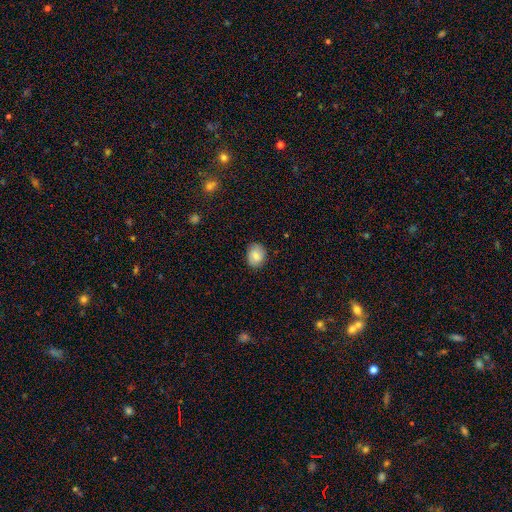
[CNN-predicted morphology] A smooth galaxy with no disk features (83%) that is in between round and cigar-shaped (55%). Merging: none (85%).